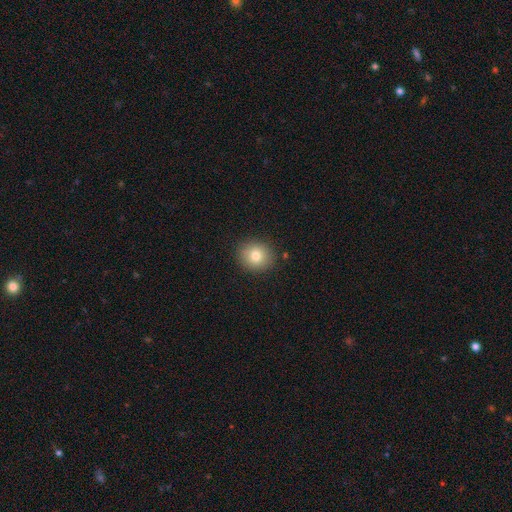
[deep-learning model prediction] The model was most divided on "how rounded": round: 81%, in between: 18%, cigar-shaped: 1%. More confident: merging — none (89%); smooth or featured — smooth (79%).